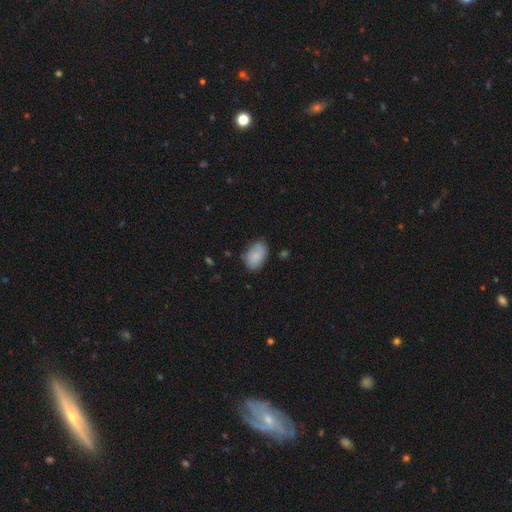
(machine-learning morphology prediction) smooth-or-featured: smooth: 83% | featured or disk: 10% | star or artifact: 6%
  how-rounded: in between: 90% | round: 8% | cigar-shaped: 1%
  merging: none: 73% | minor disturbance: 21% | major disturbance: 4% | merger: 2%